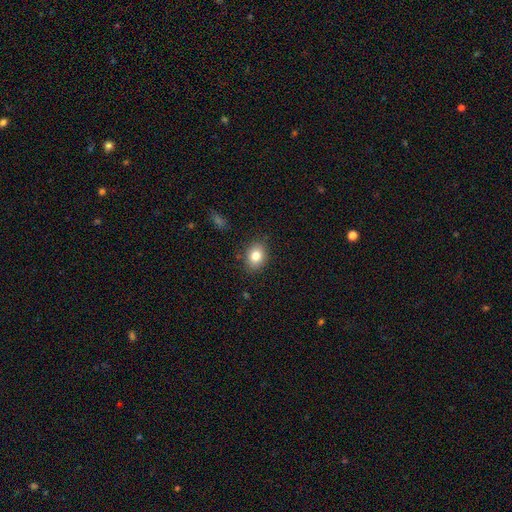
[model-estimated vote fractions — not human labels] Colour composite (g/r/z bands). It shows a smooth galaxy with no disk features (81%) that is in between round and cigar-shaped (56%). Merging: none (85%).